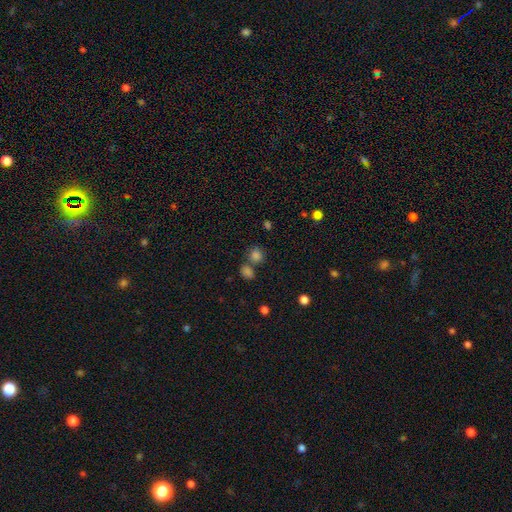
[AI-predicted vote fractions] smooth_or_featured: smooth (p=0.78) [alt: star or artifact p=0.16]
how_rounded: round (p=0.83) [alt: in between p=0.16]
merging: none (p=0.62) [alt: merger p=0.26]